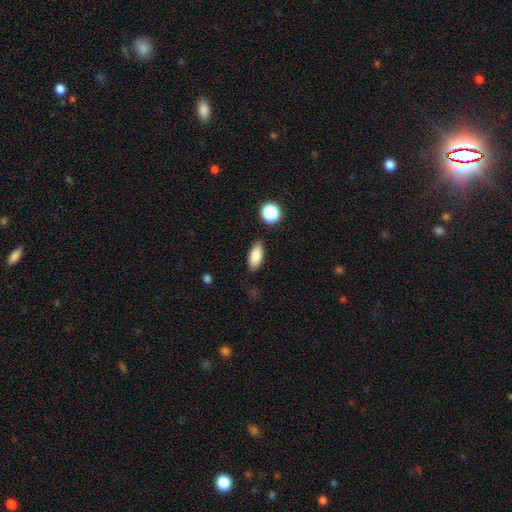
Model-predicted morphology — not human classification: Smooth or featured? smooth (85%)
How rounded? in between (82%)
Merging? none (85%)